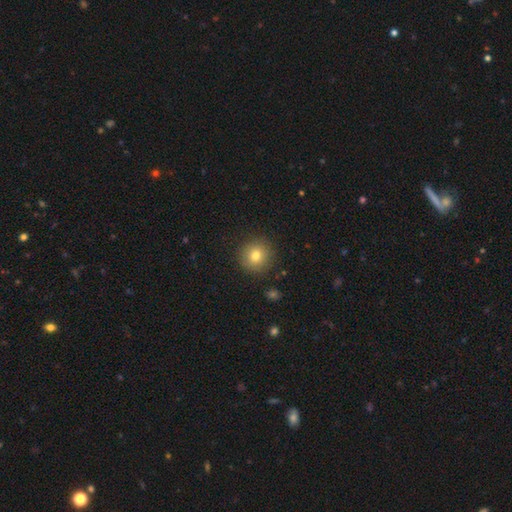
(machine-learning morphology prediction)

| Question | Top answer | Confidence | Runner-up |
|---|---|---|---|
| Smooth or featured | smooth | 78% | star or artifact (12%) |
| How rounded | round | 94% | in between (5%) |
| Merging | none | 90% | minor disturbance (7%) |